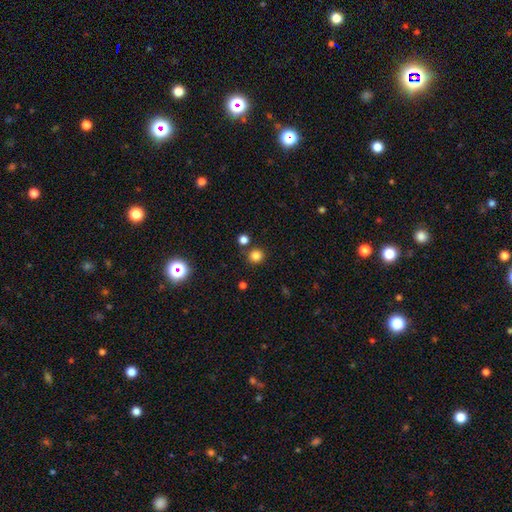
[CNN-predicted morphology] This is clearly a smooth galaxy (81%). How rounded: clearly round (93%). Merging: clearly none (82%).